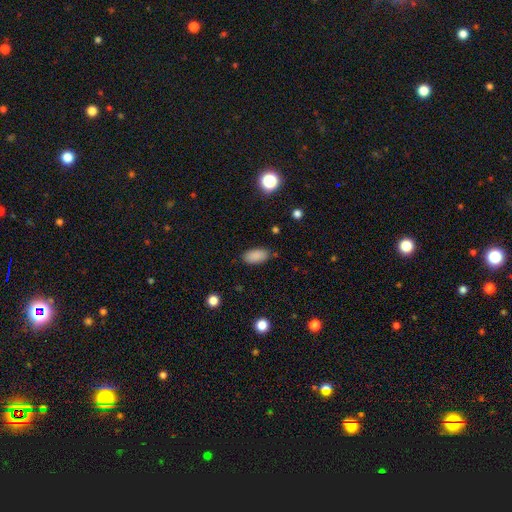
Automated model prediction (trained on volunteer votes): smooth_or_featured: smooth (p=0.87) [alt: star or artifact p=0.09]
how_rounded: in between (p=0.92) [alt: cigar-shaped p=0.05]
merging: none (p=0.85) [alt: minor disturbance p=0.11]